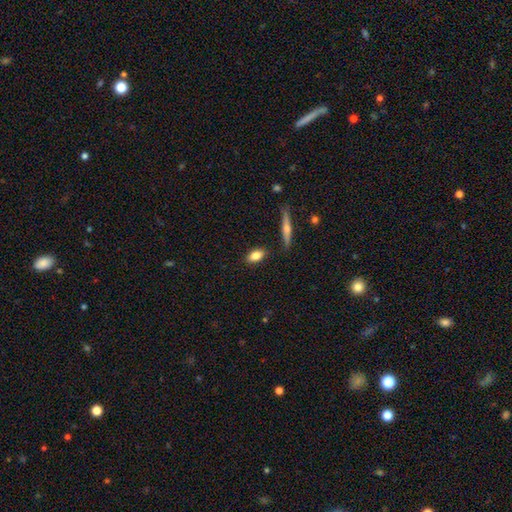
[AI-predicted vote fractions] smooth-or-featured: smooth: 80% | featured or disk: 13% | star or artifact: 7%
  how-rounded: in between: 83% | cigar-shaped: 10% | round: 7%
  merging: none: 84% | minor disturbance: 10% | merger: 3% | major disturbance: 2%